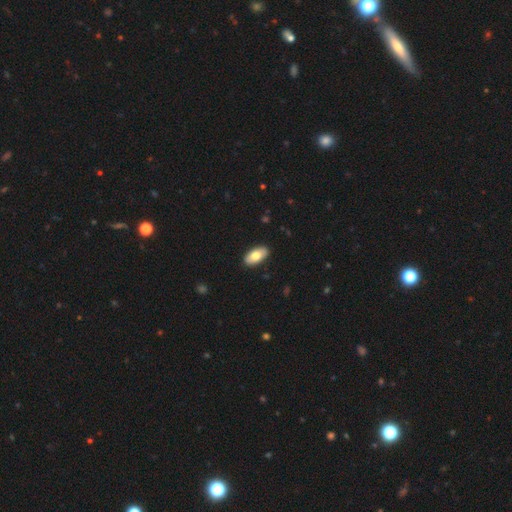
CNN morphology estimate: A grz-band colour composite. It shows a smooth galaxy with no disk features (74%) that is in between round and cigar-shaped (94%). Merging: none (90%).